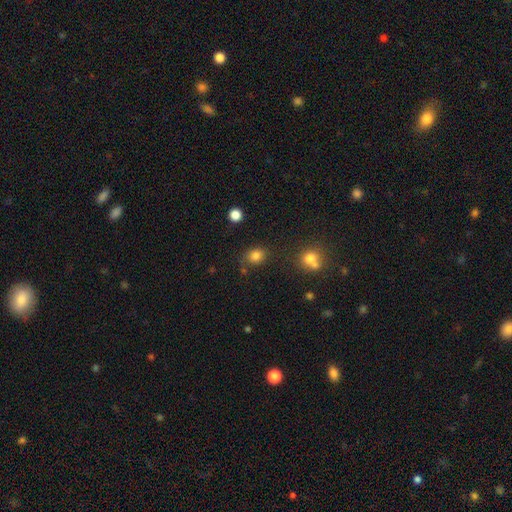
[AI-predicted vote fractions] A smooth galaxy with no disk features (82%) that is round (62%). Merging: none (75%).